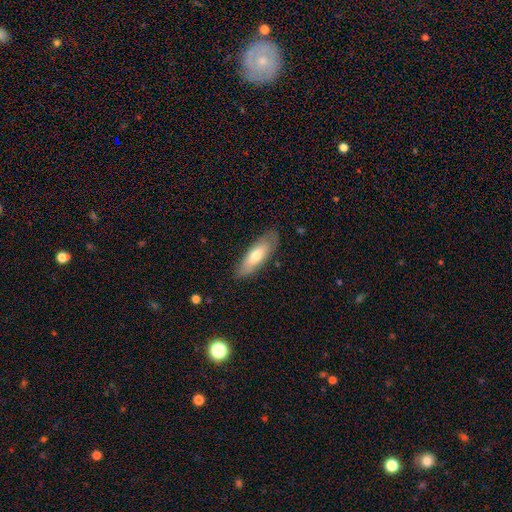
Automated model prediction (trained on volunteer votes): smooth-or-featured: smooth: 66% | featured or disk: 28% | star or artifact: 6%
  how-rounded: in between: 55% | cigar-shaped: 43% | round: 2%
  merging: none: 82% | minor disturbance: 14% | major disturbance: 3% | merger: 1%